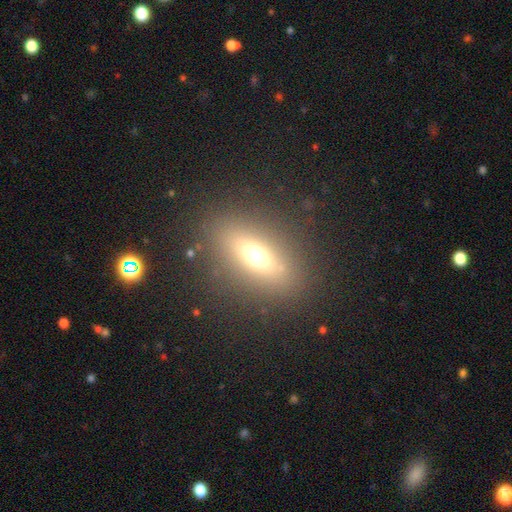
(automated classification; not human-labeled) A smooth galaxy with no disk features (60%) that is in between round and cigar-shaped (71%).

Vote fractions:
- Smooth or featured? smooth: 60% / featured or disk: 25% / star or artifact: 15%
- How rounded? in between: 71% / cigar-shaped: 19% / round: 10%
- Merging? none: 83% / minor disturbance: 9% / major disturbance: 6% / merger: 2%